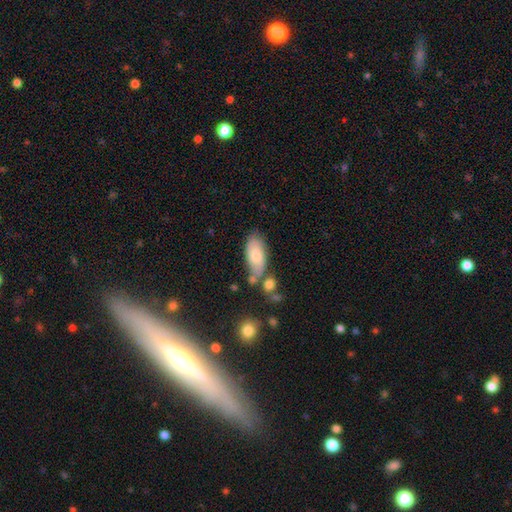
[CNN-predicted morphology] Smooth or featured?
  - smooth: 71% *
  - featured or disk: 22%
  - star or artifact: 6%
How rounded?
  - in between: 88% *
  - cigar-shaped: 9%
  - round: 3%
Merging?
  - none: 54% *
  - minor disturbance: 22%
  - merger: 17%
  - major disturbance: 7%